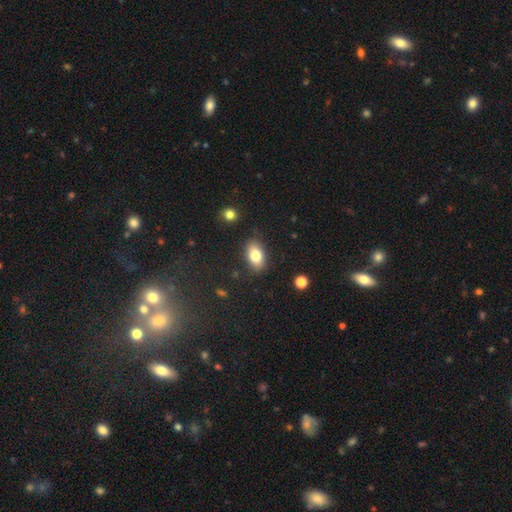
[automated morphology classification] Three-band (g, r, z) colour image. It shows a smooth galaxy with no disk features (81%) that is in between round and cigar-shaped (88%). Merging: none (85%).